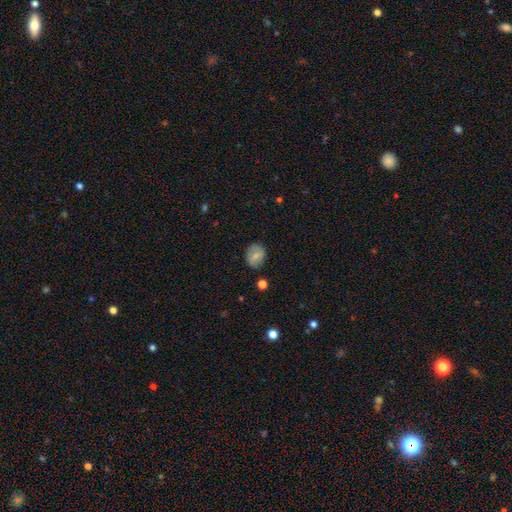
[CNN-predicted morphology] A smooth galaxy with no disk features (64%) that is in between round and cigar-shaped (54%).

Vote fractions:
- Smooth or featured? smooth: 64% / featured or disk: 28% / star or artifact: 9%
- How rounded? in between: 54% / round: 45% / cigar-shaped: 1%
- Merging? none: 80% / minor disturbance: 15% / major disturbance: 4% / merger: 2%